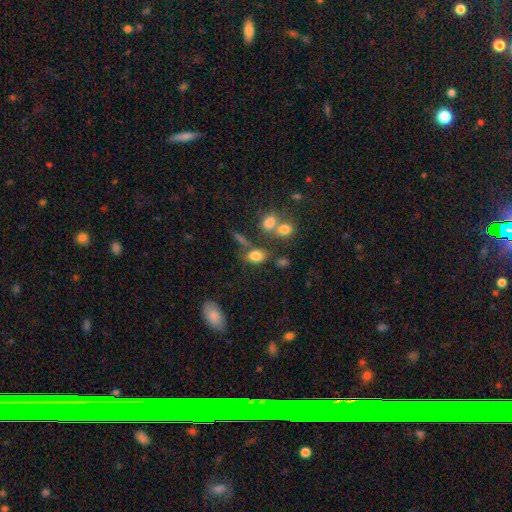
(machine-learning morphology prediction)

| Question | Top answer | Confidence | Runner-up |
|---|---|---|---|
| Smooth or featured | smooth | 78% | star or artifact (12%) |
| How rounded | in between | 79% | round (19%) |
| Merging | none | 54% | merger (22%) |